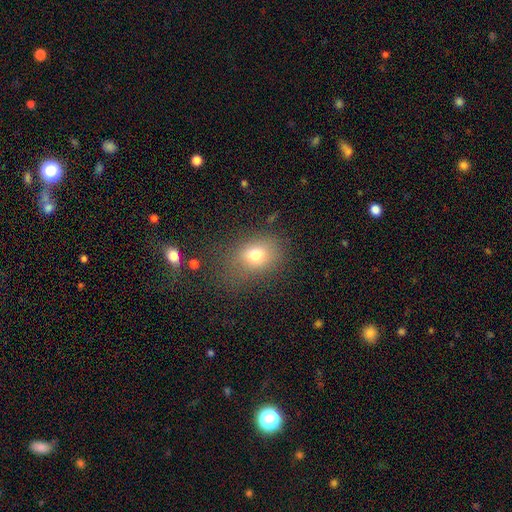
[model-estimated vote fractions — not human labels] Morphology: type=smooth (74%); roundness=in between (58%); merging=none (62%).